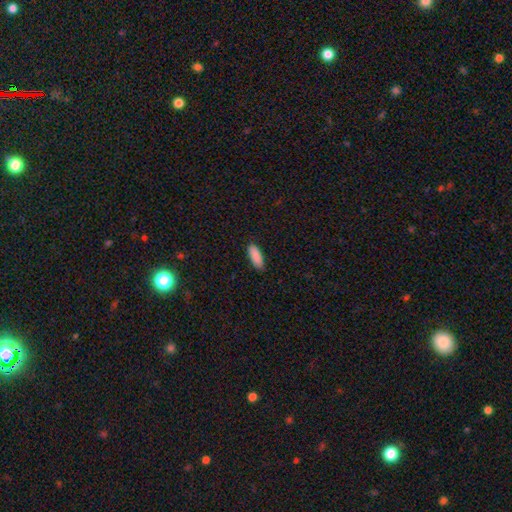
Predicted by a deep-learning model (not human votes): smooth-or-featured: smooth: 90% | star or artifact: 6% | featured or disk: 4%
  how-rounded: in between: 68% | cigar-shaped: 30% | round: 2%
  merging: none: 86% | minor disturbance: 11% | major disturbance: 2% | merger: 1%